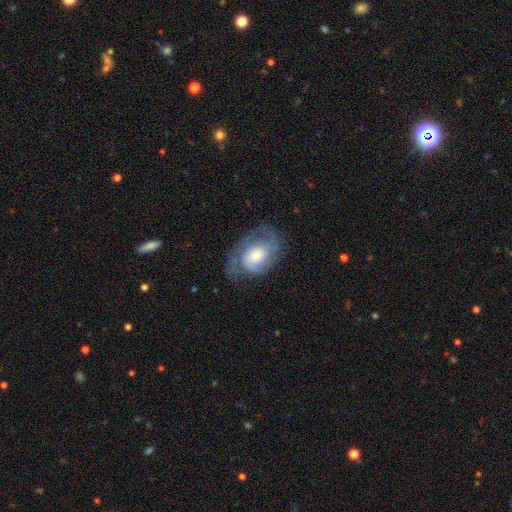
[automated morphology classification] A featured or disk galaxy (75%) with no bar (69%), 2 (53%) medium (43%) spiral arms (92%) and a moderate central bulge (40%). Merging: none (59%).